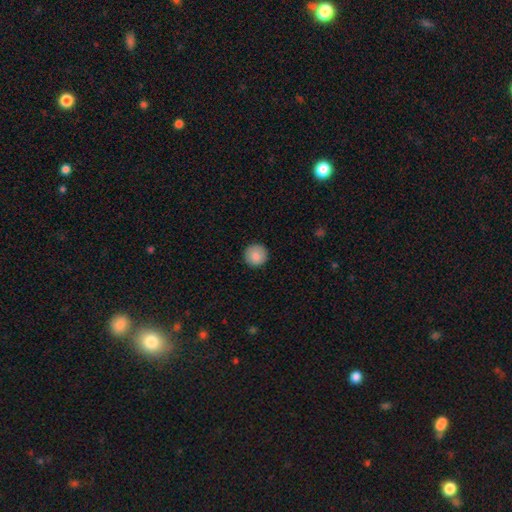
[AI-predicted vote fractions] Overall: smooth (86%). How rounded: round (95%). Merging: none (91%).